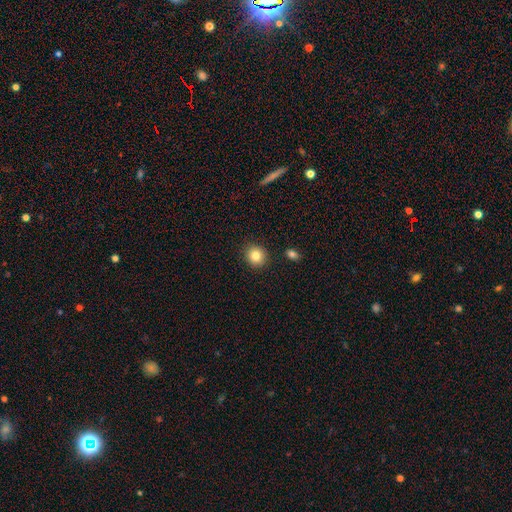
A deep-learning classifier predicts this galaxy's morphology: smooth_or_featured: smooth (p=0.84) [alt: star or artifact p=0.10]
how_rounded: round (p=0.85) [alt: in between p=0.14]
merging: none (p=0.90) [alt: minor disturbance p=0.06]